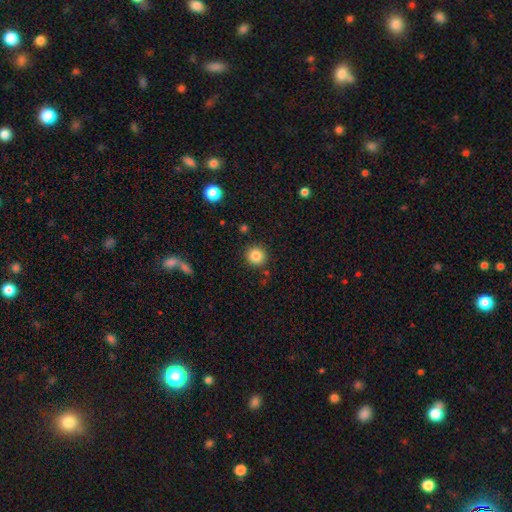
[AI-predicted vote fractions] A smooth galaxy with no disk features (85%) that is round (93%). Merging: none (88%).